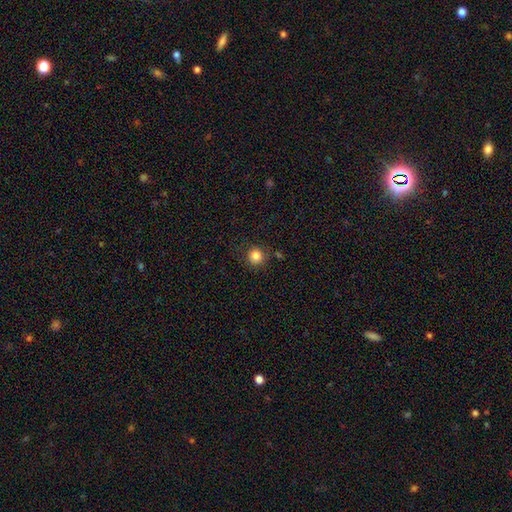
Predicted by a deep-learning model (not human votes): Smooth or featured?
  - smooth: 84% *
  - star or artifact: 11%
  - featured or disk: 5%
How rounded?
  - round: 93% *
  - in between: 6%
  - cigar-shaped: 1%
Merging?
  - none: 87% *
  - minor disturbance: 8%
  - major disturbance: 3%
  - merger: 2%